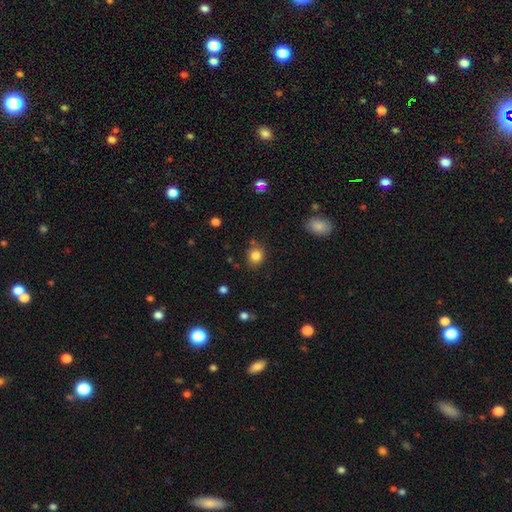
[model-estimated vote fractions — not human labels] Morphology: type=smooth (84%); roundness=round (75%); merging=none (81%).